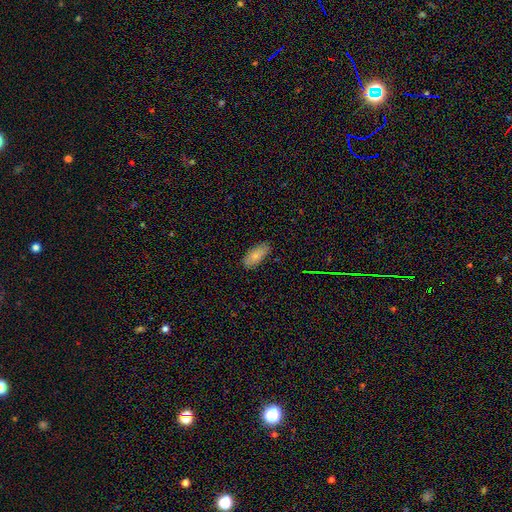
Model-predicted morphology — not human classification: A smooth galaxy with no disk features (78%) that is in between round and cigar-shaped (87%). Merging: none (82%).